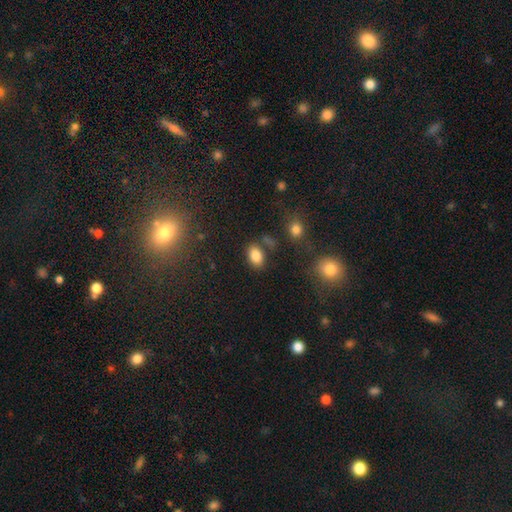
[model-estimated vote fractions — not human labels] Q: Smooth or featured?
A: smooth (84%); runner-up: star or artifact (10%)
Q: How rounded?
A: in between (86%); runner-up: round (12%)
Q: Merging?
A: none (77%); runner-up: minor disturbance (13%)